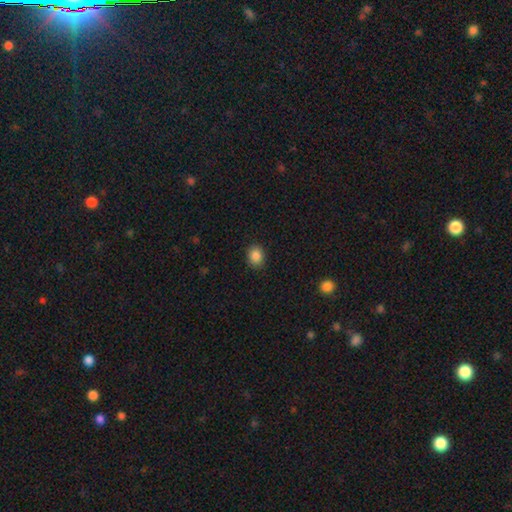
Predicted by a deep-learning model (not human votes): The model was most divided on "how rounded": round: 55%, in between: 44%, cigar-shaped: 1%. More confident: merging — none (89%); smooth or featured — smooth (86%).